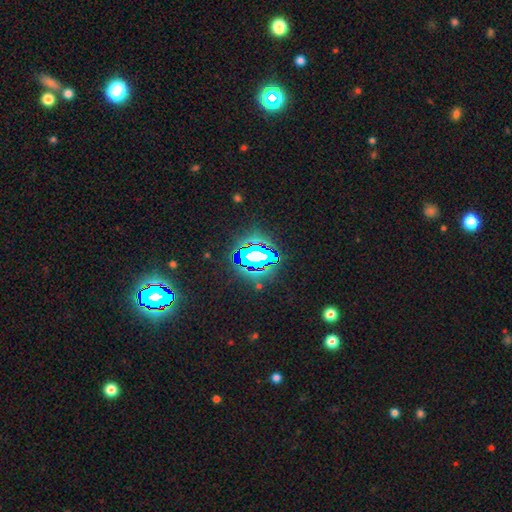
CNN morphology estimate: smooth_or_featured: star or artifact (p=0.69) [alt: smooth p=0.17]